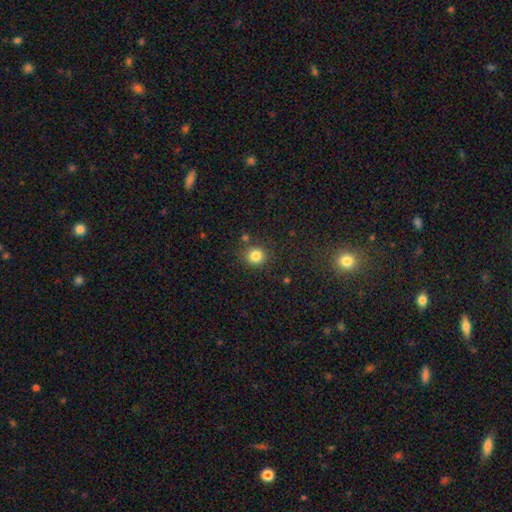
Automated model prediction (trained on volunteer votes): A smooth galaxy with no disk features (83%) that is round (90%).

Vote fractions:
- Smooth or featured? smooth: 83% / star or artifact: 12% / featured or disk: 5%
- How rounded? round: 90% / in between: 9% / cigar-shaped: 1%
- Merging? none: 84% / minor disturbance: 8% / merger: 5% / major disturbance: 3%